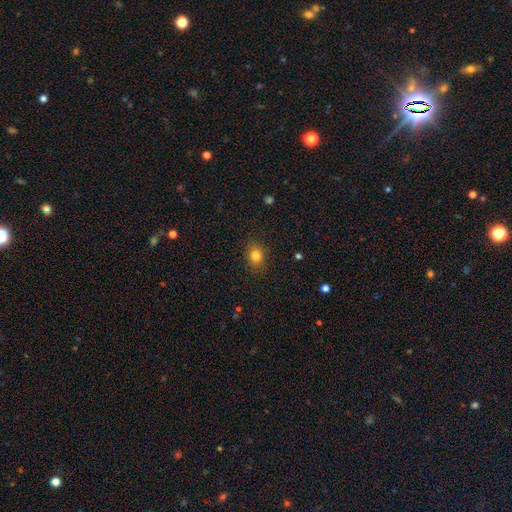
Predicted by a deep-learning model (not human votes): smooth_or_featured: smooth (p=0.82) [alt: star or artifact p=0.12]
how_rounded: round (p=0.53) [alt: in between p=0.46]
merging: none (p=0.86) [alt: minor disturbance p=0.10]